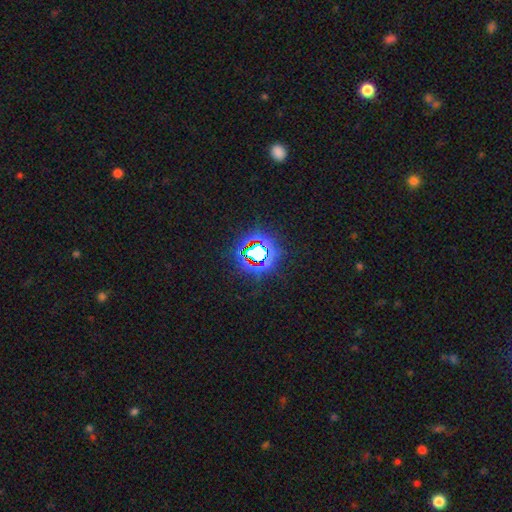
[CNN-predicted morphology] A star or artifact, not a galaxy (76%).